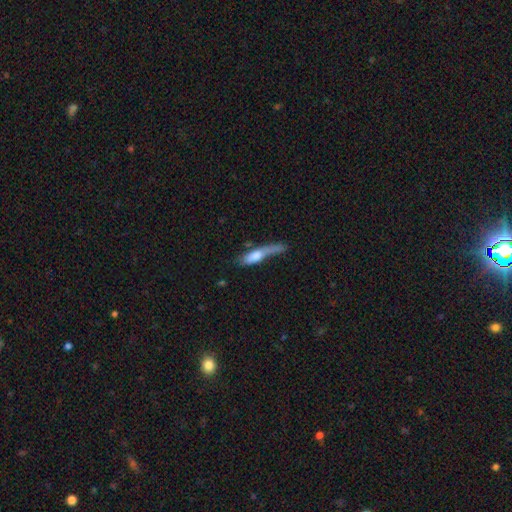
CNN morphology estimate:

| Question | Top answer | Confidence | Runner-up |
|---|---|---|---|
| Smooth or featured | smooth | 63% | featured or disk (29%) |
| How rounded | cigar-shaped | 70% | in between (26%) |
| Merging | major disturbance | 30% | none (29%) |